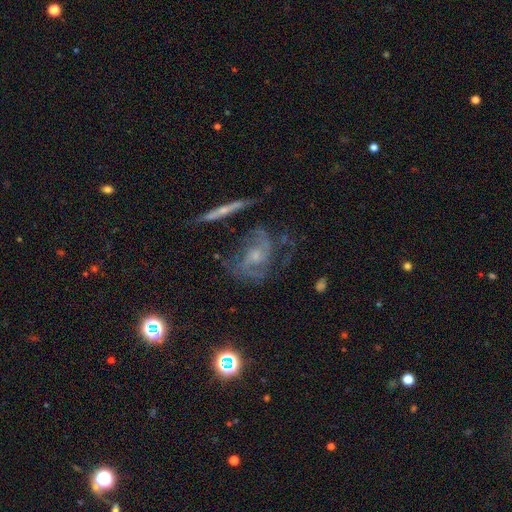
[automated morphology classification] A featured or disk galaxy (76%) with no bar (61%), 2 (58%) medium (49%) spiral arms (86%) and a small central bulge (57%).

Vote fractions:
- Smooth or featured? featured or disk: 76% / star or artifact: 12% / smooth: 12%
- Edge-on disk? no: 94% / yes: 6%
- Bar? no: 61% / weak: 31% / strong: 9%
- Spiral arms? yes: 86% / no: 14%
- Spiral winding? medium: 49% / tight: 26% / loose: 25%
- Spiral arm count? 2: 58% / can't tell: 22% / 3: 9% / 1: 5% / 4: 3% / more than 4: 3%
- Bulge size? small: 57% / moderate: 32% / none: 7% / large: 3% / dominant: 1%
- Merging? none: 53% / major disturbance: 22% / minor disturbance: 19% / merger: 7%